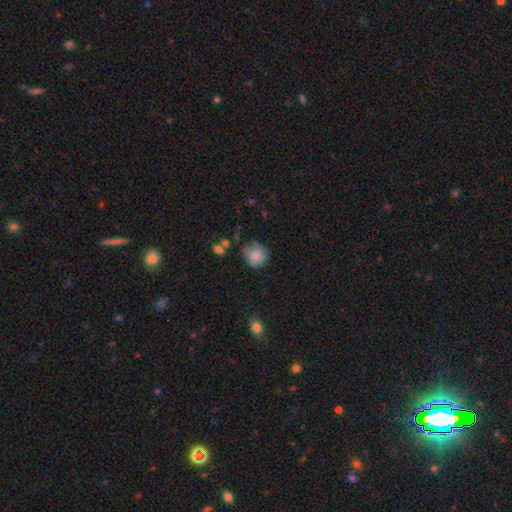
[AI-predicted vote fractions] Q: Smooth or featured?
A: smooth (77%); runner-up: featured or disk (14%)
Q: How rounded?
A: round (83%); runner-up: in between (16%)
Q: Merging?
A: none (61%); runner-up: minor disturbance (26%)